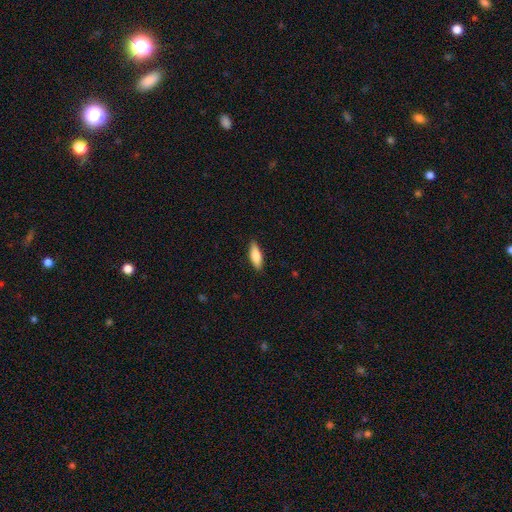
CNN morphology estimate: A smooth galaxy with no disk features (80%) that is in between round and cigar-shaped (64%).

Vote fractions:
- Smooth or featured? smooth: 80% / featured or disk: 14% / star or artifact: 6%
- How rounded? in between: 64% / cigar-shaped: 34% / round: 2%
- Merging? none: 88% / minor disturbance: 9% / major disturbance: 2% / merger: 1%